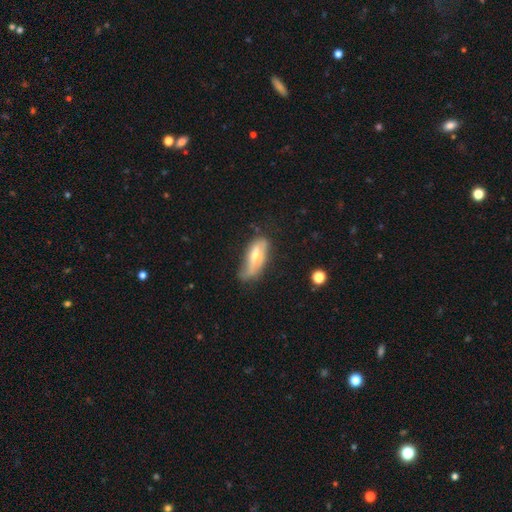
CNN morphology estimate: Smooth or featured?
  - featured or disk: 49% *
  - smooth: 44%
  - star or artifact: 7%
Merging?
  - none: 45% *
  - minor disturbance: 36%
  - major disturbance: 16%
  - merger: 3%